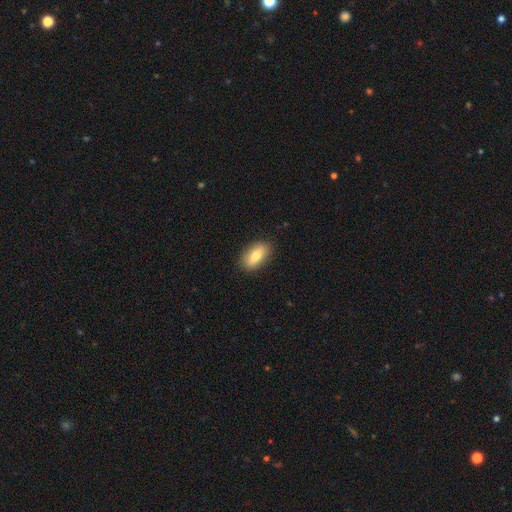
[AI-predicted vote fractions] This is likely a smooth galaxy (76%). How rounded: clearly in between (89%). Merging: clearly none (87%).